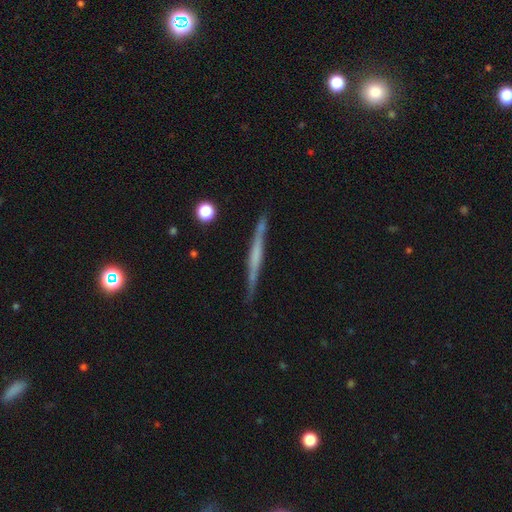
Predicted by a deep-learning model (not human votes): featured or disk 63%, smooth 31%, star or artifact 6%. Down the decision tree: edge-on disk — yes (97%); edge-on bulge — none (63%); merging — none (87%).